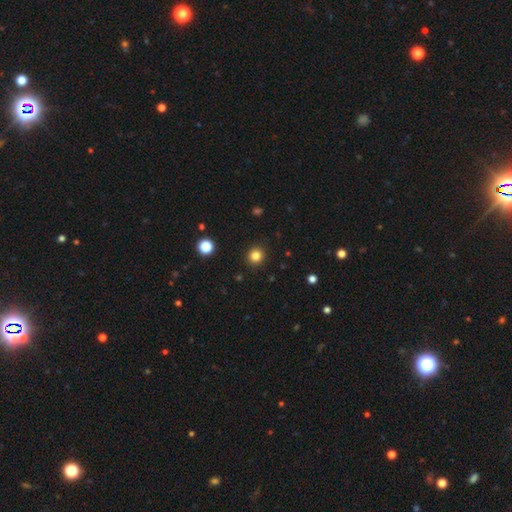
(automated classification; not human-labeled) Morphology: type=smooth (83%); roundness=round (92%); merging=none (92%).